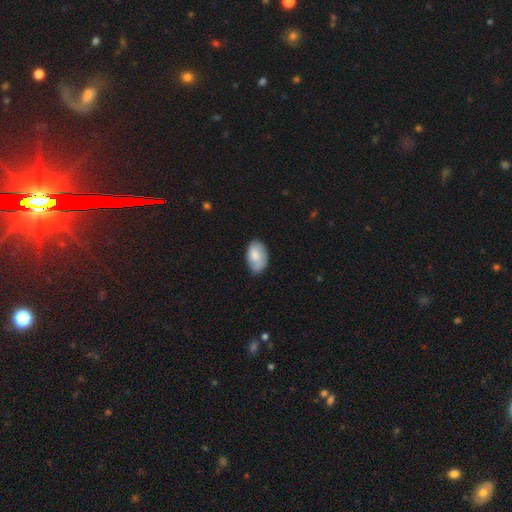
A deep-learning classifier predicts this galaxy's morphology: Smooth or featured?
  - smooth: 79% *
  - featured or disk: 15%
  - star or artifact: 6%
How rounded?
  - in between: 92% *
  - round: 6%
  - cigar-shaped: 1%
Merging?
  - none: 69% *
  - minor disturbance: 25%
  - major disturbance: 4%
  - merger: 1%